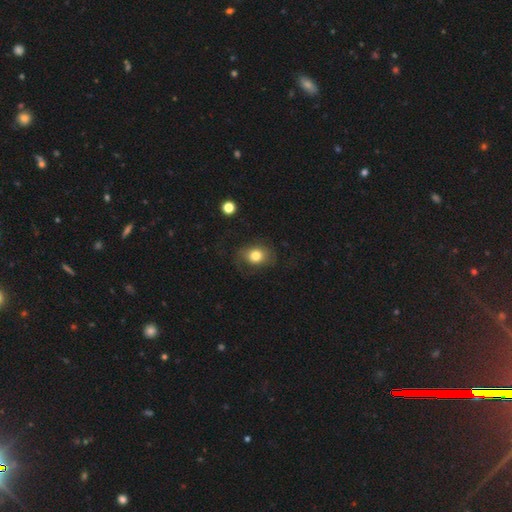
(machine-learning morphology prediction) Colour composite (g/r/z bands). It shows a smooth galaxy with no disk features (74%) that is in between round and cigar-shaped (53%). Merging: none (64%).